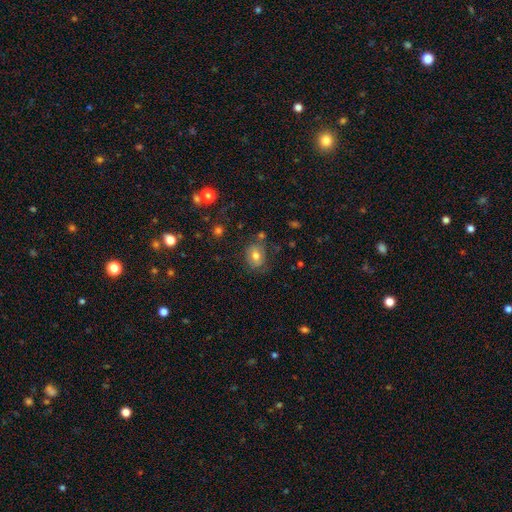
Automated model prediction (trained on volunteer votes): smooth-or-featured: smooth: 67% | featured or disk: 22% | star or artifact: 11%
  how-rounded: round: 51% | in between: 48% | cigar-shaped: 1%
  merging: none: 68% | minor disturbance: 20% | major disturbance: 7% | merger: 5%